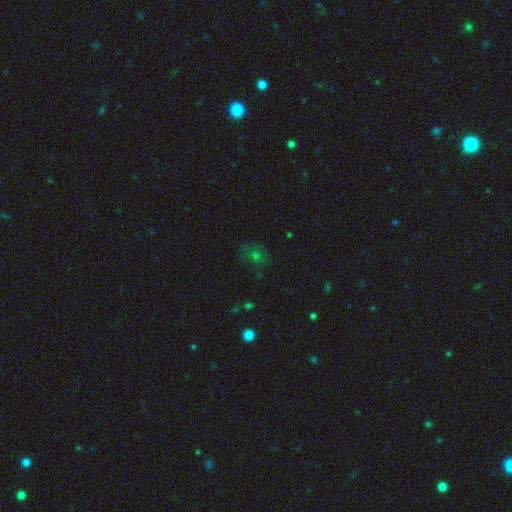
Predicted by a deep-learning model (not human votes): A smooth galaxy with no disk features (49%). Merging: none (66%).